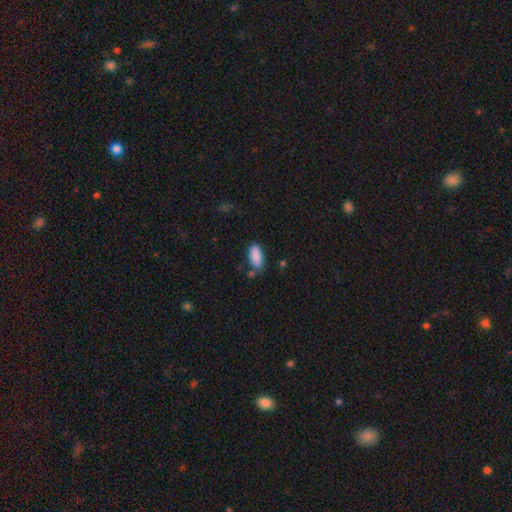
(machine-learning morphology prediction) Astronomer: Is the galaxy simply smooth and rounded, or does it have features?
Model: smooth — 89%.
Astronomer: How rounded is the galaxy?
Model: in between — 81%.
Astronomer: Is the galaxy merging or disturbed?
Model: none — 76%.